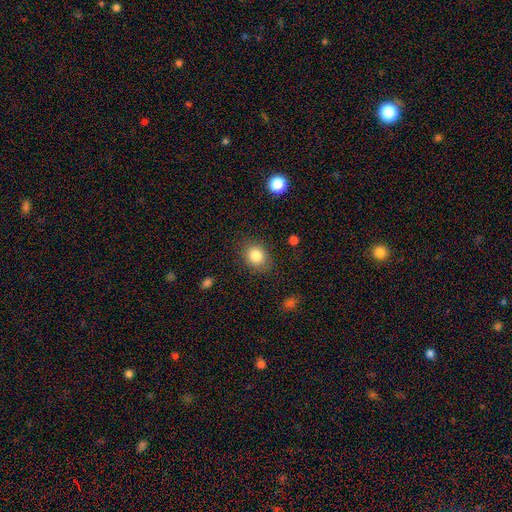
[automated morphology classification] Smooth or featured?
  - smooth: 83% *
  - star or artifact: 10%
  - featured or disk: 7%
How rounded?
  - round: 50% *
  - in between: 49%
  - cigar-shaped: 1%
Merging?
  - none: 84% *
  - minor disturbance: 12%
  - major disturbance: 3%
  - merger: 1%